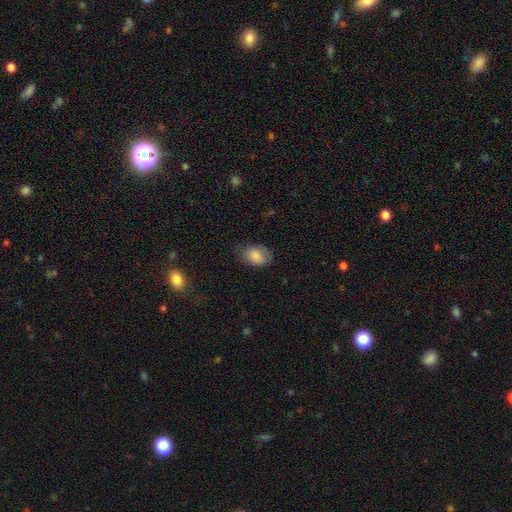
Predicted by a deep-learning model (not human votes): Q: Smooth or featured?
A: smooth (83%); runner-up: featured or disk (9%)
Q: How rounded?
A: in between (83%); runner-up: round (16%)
Q: Merging?
A: none (67%); runner-up: minor disturbance (26%)